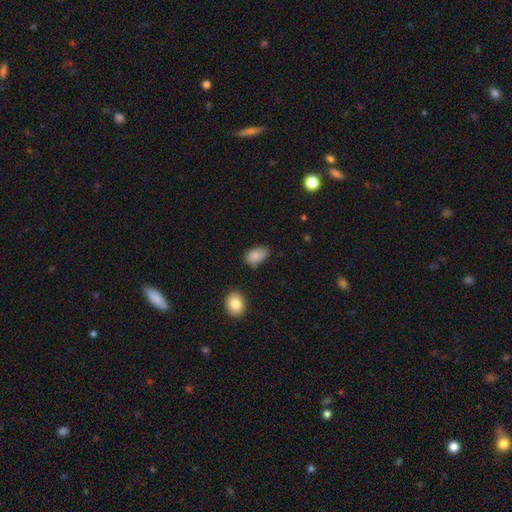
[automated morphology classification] smooth 86%, star or artifact 8%, featured or disk 6%. Down the decision tree: how rounded — in between (90%); merging — none (71%).